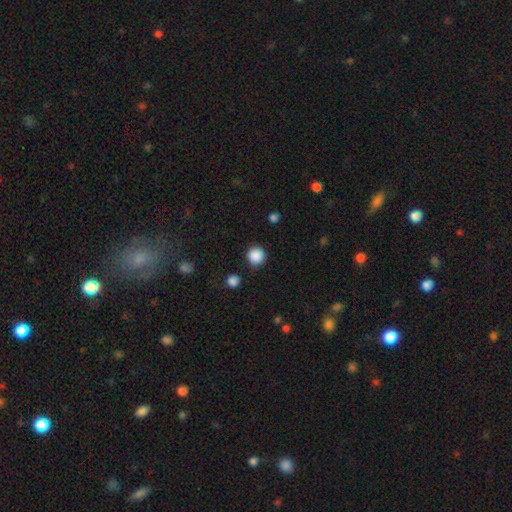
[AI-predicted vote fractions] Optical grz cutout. It shows a smooth galaxy with no disk features (88%) that is round (95%). Merging: none (89%).